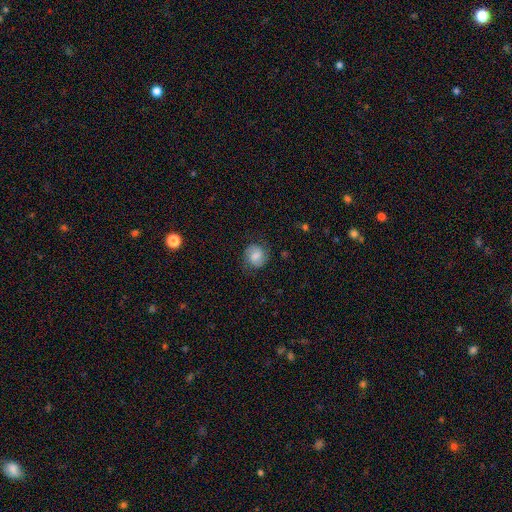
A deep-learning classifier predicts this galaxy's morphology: Smooth or featured: smooth — 50% (featured or disk — 41%)
How rounded: round — 79% (in between — 20%)
Merging: none — 79% (minor disturbance — 14%)